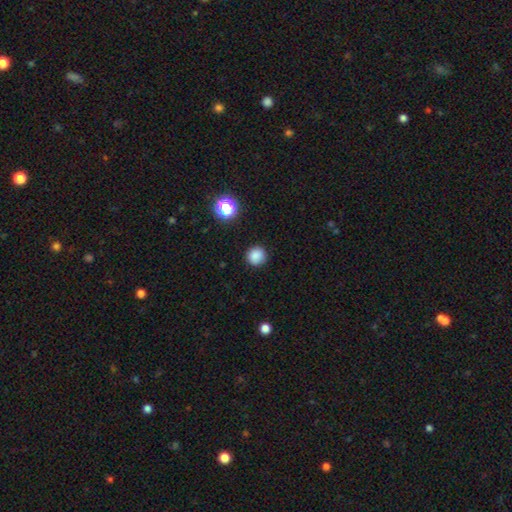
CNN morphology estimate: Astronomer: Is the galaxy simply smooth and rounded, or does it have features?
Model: smooth — 85%.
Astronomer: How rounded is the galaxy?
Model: round — 94%.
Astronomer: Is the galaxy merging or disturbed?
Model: none — 90%.